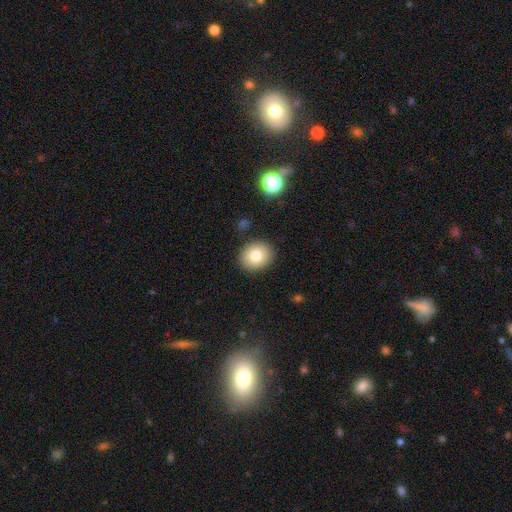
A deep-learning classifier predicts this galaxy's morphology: A smooth galaxy with no disk features (80%) that is round (64%). Merging: none (87%).